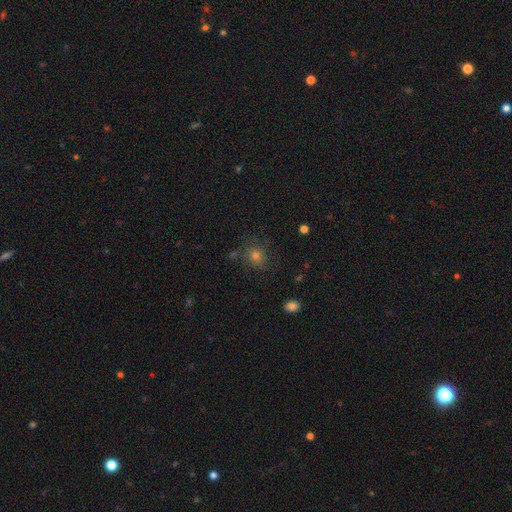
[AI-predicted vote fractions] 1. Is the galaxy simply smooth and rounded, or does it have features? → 64% smooth, 24% star or artifact, 12% featured or disk.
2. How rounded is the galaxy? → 77% round, 21% in between, 1% cigar-shaped.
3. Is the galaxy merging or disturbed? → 76% none, 14% minor disturbance, 6% major disturbance, 4% merger.